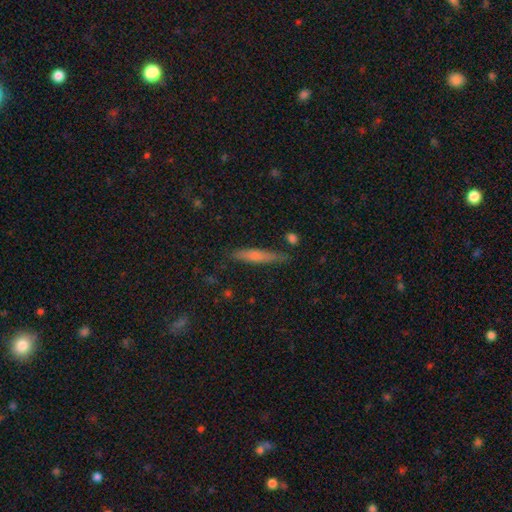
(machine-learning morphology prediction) A smooth galaxy with no disk features (63%) that is cigar-shaped (90%). Merging: none (80%).